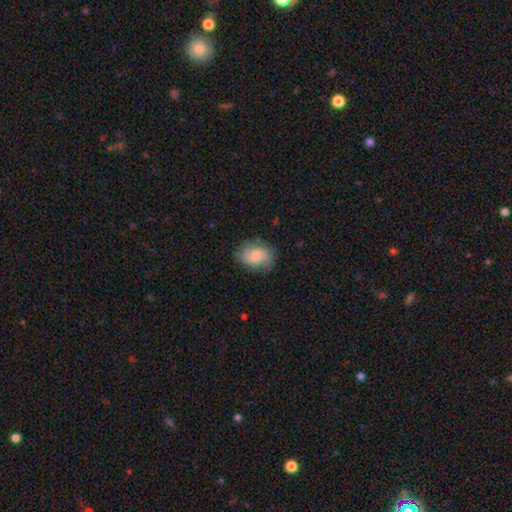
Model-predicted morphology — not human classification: This is possibly a smooth galaxy (48%). Merging: likely none (70%).